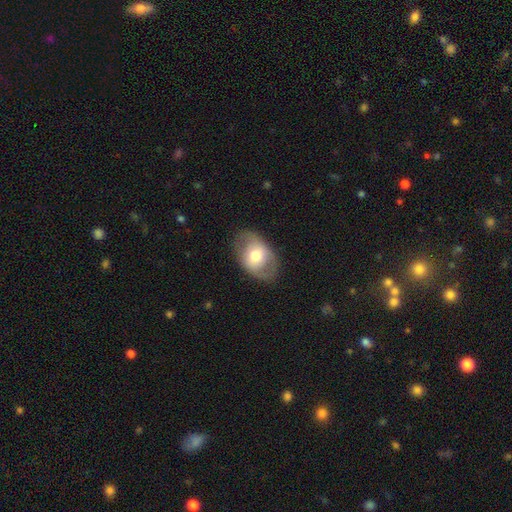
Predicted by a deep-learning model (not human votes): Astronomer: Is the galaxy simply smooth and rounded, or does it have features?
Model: smooth — 53% (runner-up: featured or disk, 41%).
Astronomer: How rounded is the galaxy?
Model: in between — 79%.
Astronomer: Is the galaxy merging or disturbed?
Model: none — 76%.